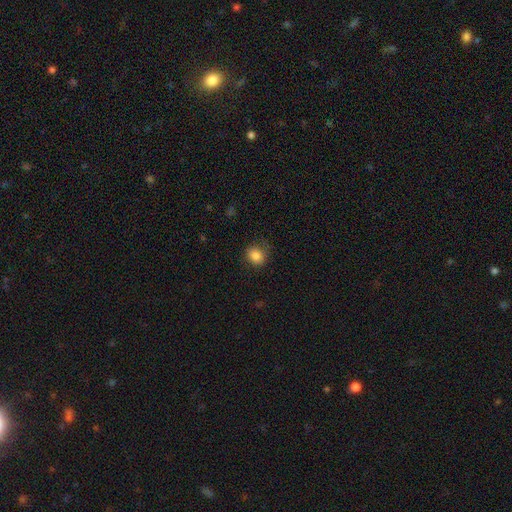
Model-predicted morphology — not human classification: A smooth galaxy with no disk features (84%) that is round (67%). Merging: none (78%).